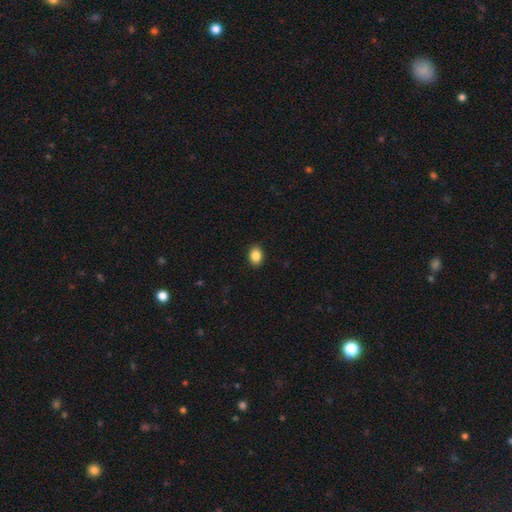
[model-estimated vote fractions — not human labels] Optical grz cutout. It shows a smooth galaxy with no disk features (86%) that is in between round and cigar-shaped (66%). Merging: none (90%).